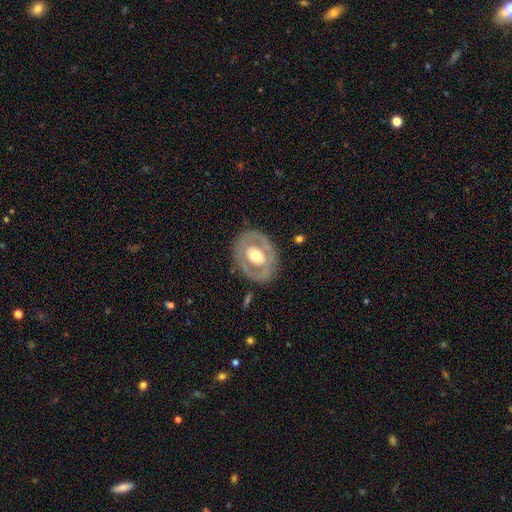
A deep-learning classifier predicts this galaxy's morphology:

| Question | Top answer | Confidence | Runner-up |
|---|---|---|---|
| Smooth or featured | featured or disk | 62% | smooth (33%) |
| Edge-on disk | no | 93% | yes (7%) |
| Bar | no | 67% | weak (22%) |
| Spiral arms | no | 80% | yes (20%) |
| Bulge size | moderate | 63% | large (28%) |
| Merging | none | 81% | minor disturbance (12%) |